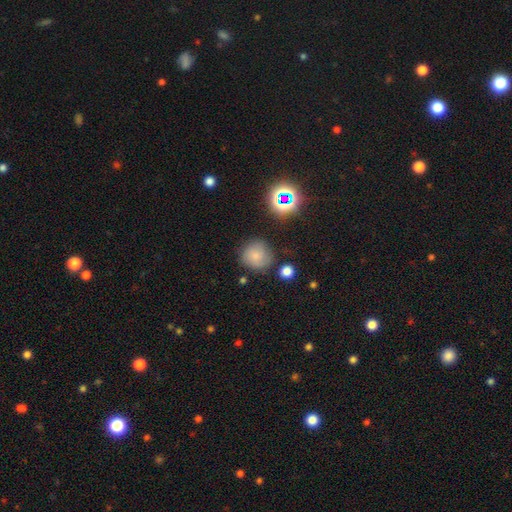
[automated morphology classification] A smooth galaxy with no disk features (69%) that is round (91%). Merging: none (75%).